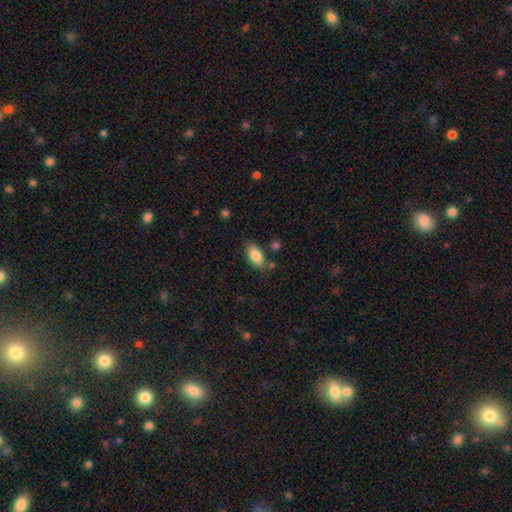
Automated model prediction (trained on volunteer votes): This appears to be a smooth galaxy with no disk features (85%) that is in between round and cigar-shaped (91%). Merging: none (76%).